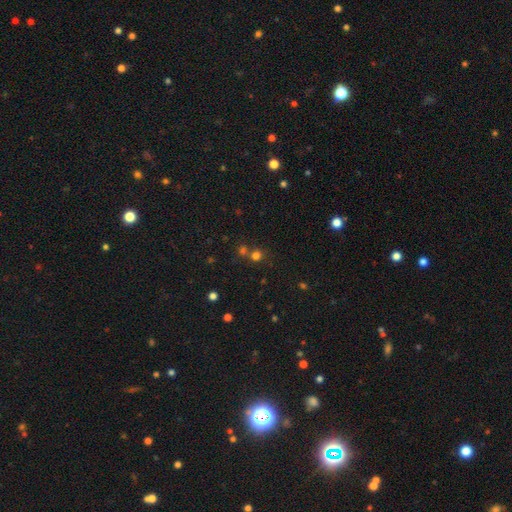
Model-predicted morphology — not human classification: Smooth or featured?
  - smooth: 68% *
  - star or artifact: 25%
  - featured or disk: 7%
How rounded?
  - round: 84% *
  - in between: 15%
  - cigar-shaped: 1%
Merging?
  - none: 59% *
  - merger: 29%
  - minor disturbance: 8%
  - major disturbance: 4%